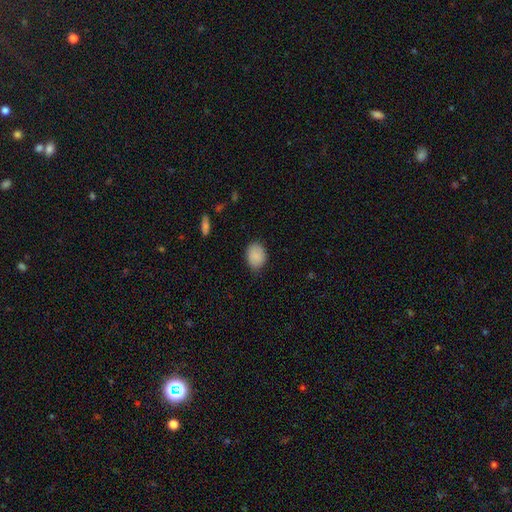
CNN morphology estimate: Q: Smooth or featured?
A: smooth (88%); runner-up: star or artifact (7%)
Q: How rounded?
A: in between (64%); runner-up: round (35%)
Q: Merging?
A: none (78%); runner-up: minor disturbance (18%)